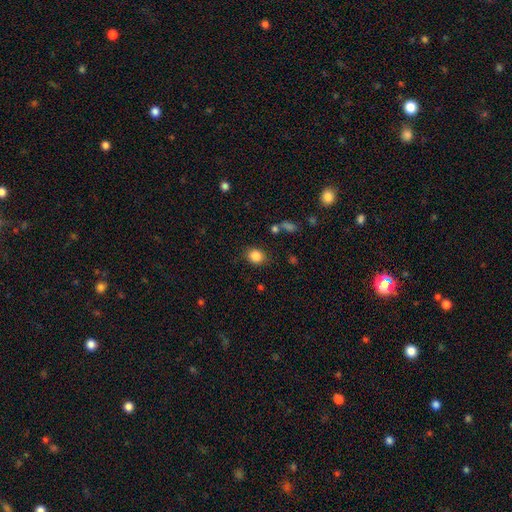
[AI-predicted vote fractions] The model was most divided on "how rounded": round: 64%, in between: 35%, cigar-shaped: 1%. More confident: smooth or featured — smooth (85%); merging — none (84%).